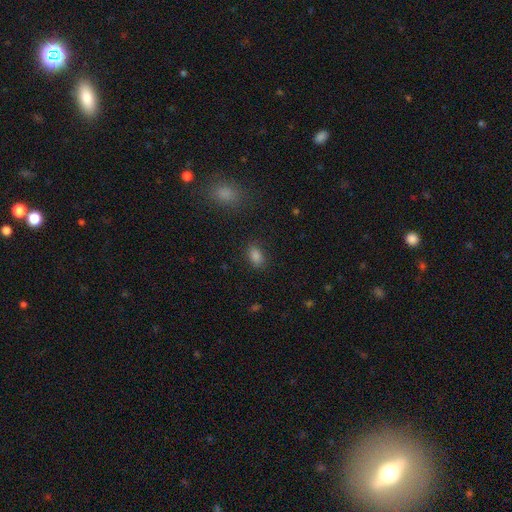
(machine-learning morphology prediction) smooth 84%, star or artifact 12%, featured or disk 4%. Down the decision tree: how rounded — in between (86%); merging — none (84%).